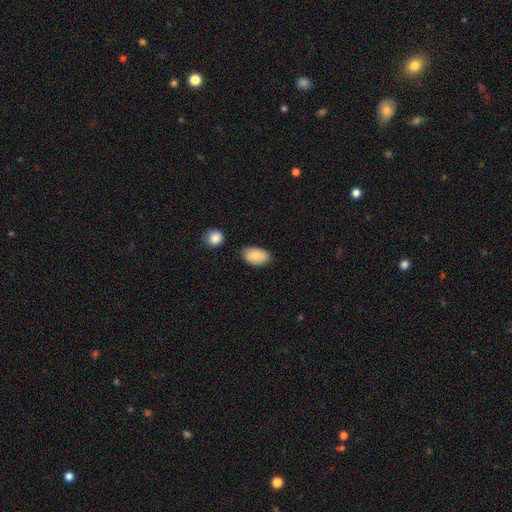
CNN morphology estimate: smooth-or-featured: smooth: 86% | featured or disk: 7% | star or artifact: 6%
  how-rounded: in between: 93% | round: 6% | cigar-shaped: 1%
  merging: none: 79% | minor disturbance: 14% | merger: 4% | major disturbance: 3%